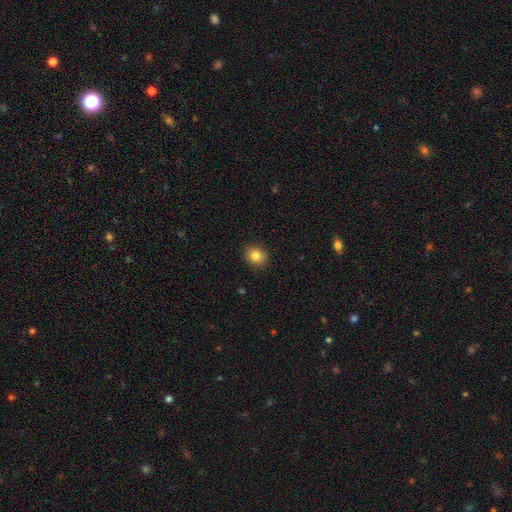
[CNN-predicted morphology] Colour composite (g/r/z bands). It shows a smooth galaxy with no disk features (83%) that is round (76%). Merging: none (90%).